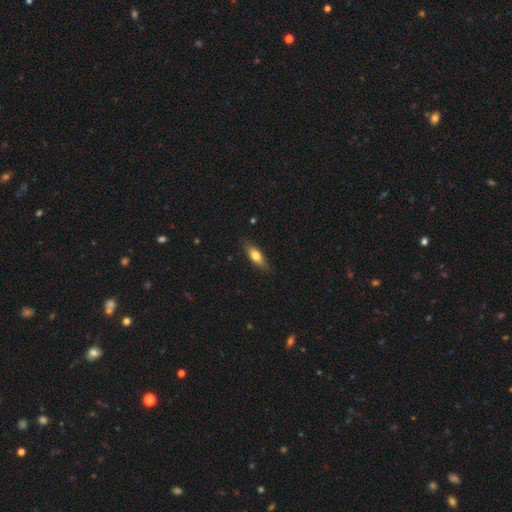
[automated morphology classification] The model was most divided on "how rounded": in between: 60%, cigar-shaped: 37%, round: 3%. More confident: merging — none (84%); smooth or featured — smooth (68%).